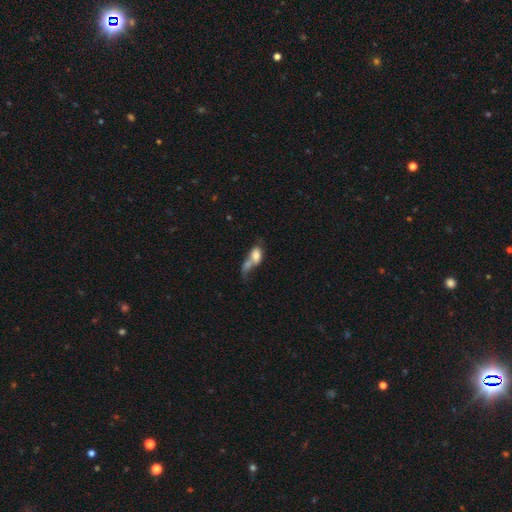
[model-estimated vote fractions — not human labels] Smooth or featured? Predicted: smooth (p=0.65). How rounded? Predicted: in between (p=0.74). Merging? Predicted: merger (p=0.52).